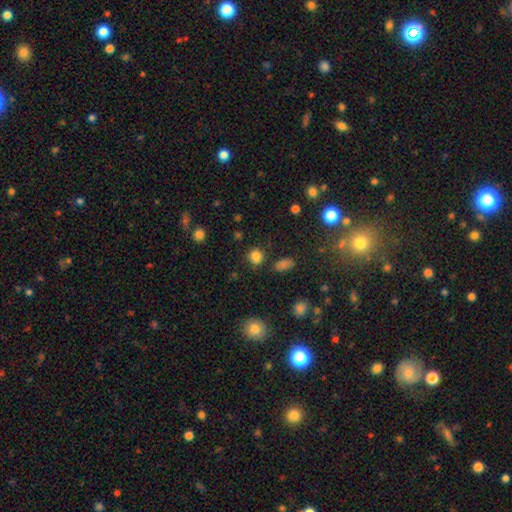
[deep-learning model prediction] This is clearly a smooth galaxy (81%). How rounded: likely round (78%). Merging: likely none (77%).